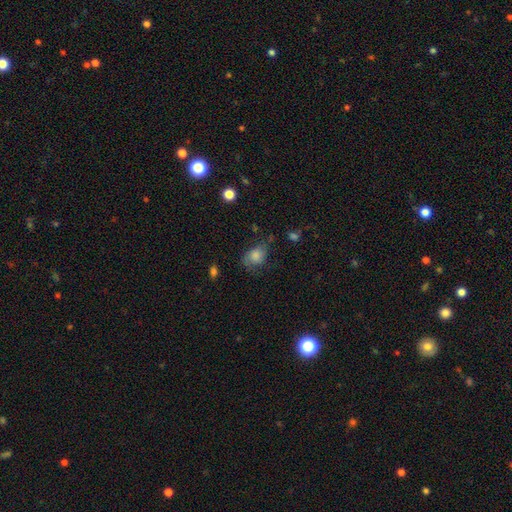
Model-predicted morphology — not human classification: Q: Smooth or featured?
A: smooth (71%); runner-up: featured or disk (19%)
Q: How rounded?
A: in between (58%); runner-up: round (41%)
Q: Merging?
A: none (50%); runner-up: minor disturbance (31%)